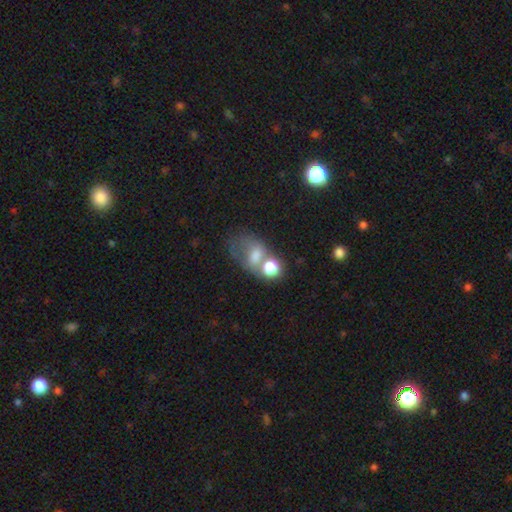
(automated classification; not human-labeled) smooth 61%, featured or disk 24%, star or artifact 15%. Down the decision tree: how rounded — in between (67%); merging — merger (42%).